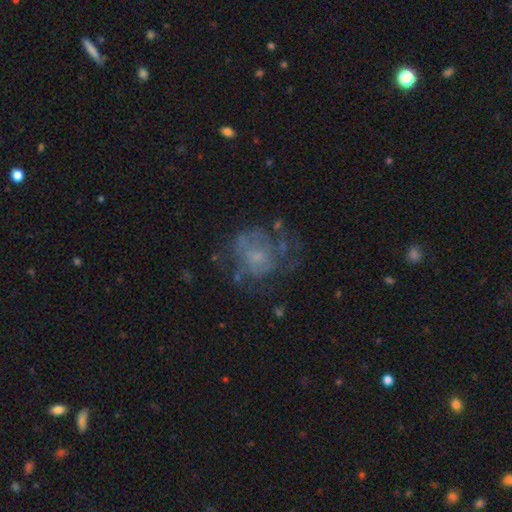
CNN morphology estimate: This appears to be a featured or disk galaxy (54%) with no bar (84%), no spiral arms (61%) and a small central bulge (45%). Merging: none (49%).